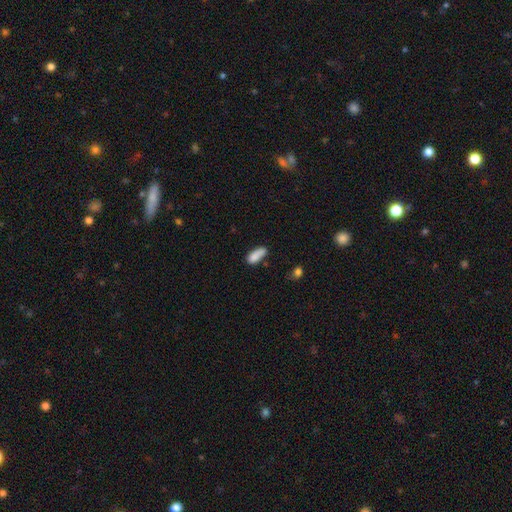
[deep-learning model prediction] A smooth galaxy with no disk features (84%) that is in between round and cigar-shaped (74%). Merging: none (54%).